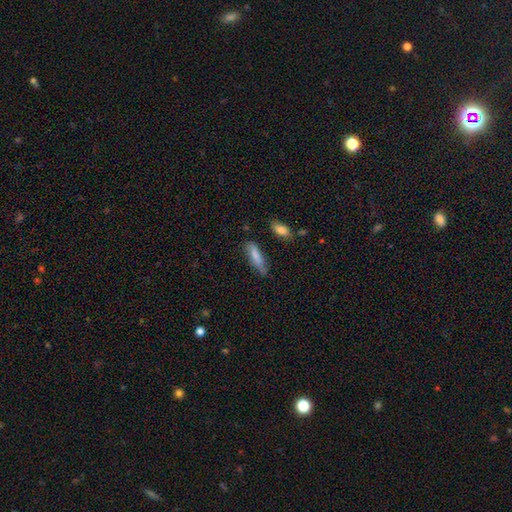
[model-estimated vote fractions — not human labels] Smooth or featured? Predicted: smooth (p=0.78). How rounded? Predicted: cigar-shaped (p=0.64). Merging? Predicted: none (p=0.67).